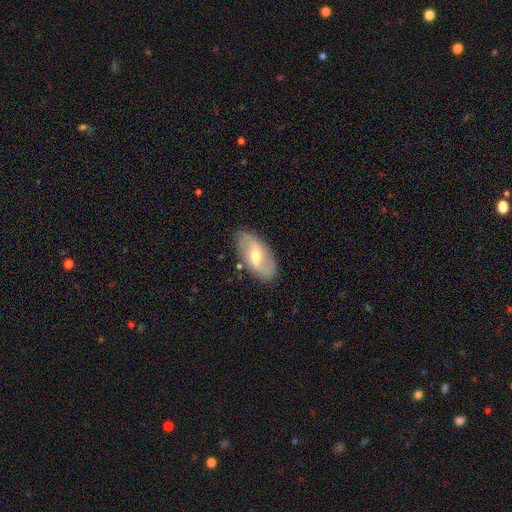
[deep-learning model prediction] A featured or disk galaxy (68%) with a weak bar (50%), 2 (88%) loose (57%) spiral arms (82%) and a moderate central bulge (61%).

Vote fractions:
- Smooth or featured? featured or disk: 68% / smooth: 26% / star or artifact: 6%
- Edge-on disk? no: 93% / yes: 7%
- Bar? weak: 50% / no: 28% / strong: 21%
- Spiral arms? yes: 82% / no: 18%
- Spiral winding? loose: 57% / medium: 31% / tight: 12%
- Spiral arm count? 2: 88% / can't tell: 7% / 1: 2% / 3: 1% / 4: 1% / more than 4: 1%
- Bulge size? moderate: 61% / small: 34% / large: 3% / none: 1% / dominant: 1%
- Merging? none: 84% / minor disturbance: 12% / major disturbance: 3% / merger: 1%